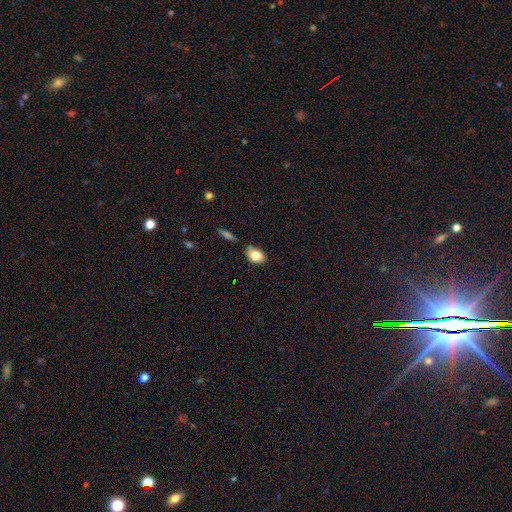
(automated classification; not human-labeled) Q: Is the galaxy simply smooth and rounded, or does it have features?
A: smooth — 81%.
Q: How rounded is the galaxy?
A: in between — 81%.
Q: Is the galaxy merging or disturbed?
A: none — 71%.